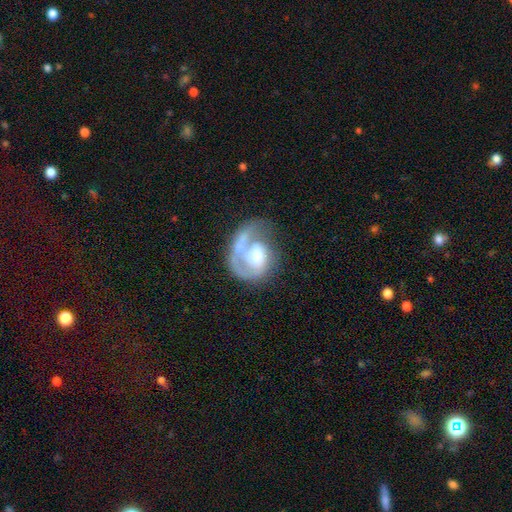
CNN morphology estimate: Smooth or featured? Predicted: featured or disk (p=0.75). Edge-on disk? Predicted: no (p=0.98). Bar? Predicted: no (p=0.63). Spiral arms? Predicted: yes (p=0.83). Spiral winding? Predicted: tight (p=0.46). Spiral arm count? Predicted: 1 (p=0.78). Bulge size? Predicted: moderate (p=0.47). Merging? Predicted: none (p=0.41).